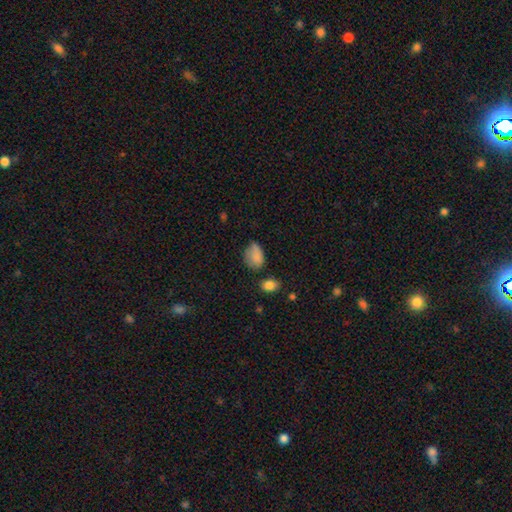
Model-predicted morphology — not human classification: This is clearly a smooth galaxy (83%). How rounded: likely in between (74%). Merging: possibly none (49%).